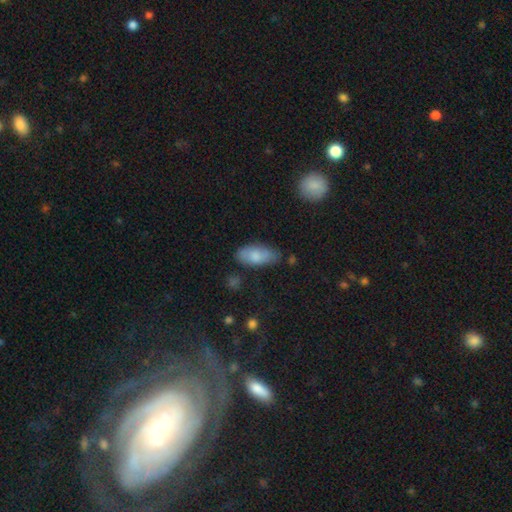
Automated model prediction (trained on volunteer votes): smooth 78%, featured or disk 15%, star or artifact 6%. Down the decision tree: how rounded — in between (87%); merging — none (67%).